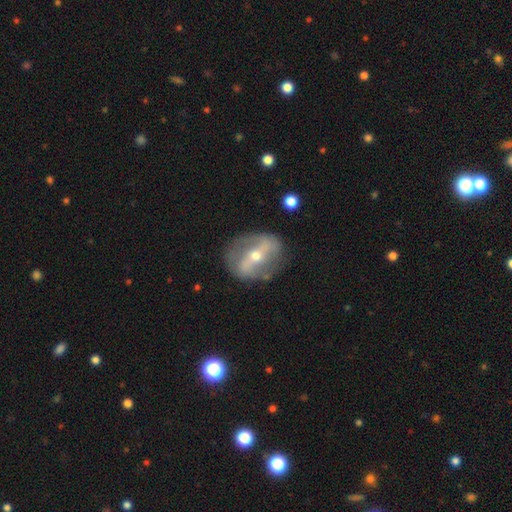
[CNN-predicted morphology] smooth-or-featured: featured or disk: 78% | smooth: 16% | star or artifact: 7%
  disk-edge-on: no: 90% | yes: 10%
    bar: strong: 62% | weak: 23% | no: 15%
    has-spiral-arms: yes: 63% | no: 37%
    bulge-size: moderate: 52% | small: 44% | large: 2% | none: 1% | dominant: 1%
  merging: none: 78% | minor disturbance: 14% | major disturbance: 6% | merger: 2%